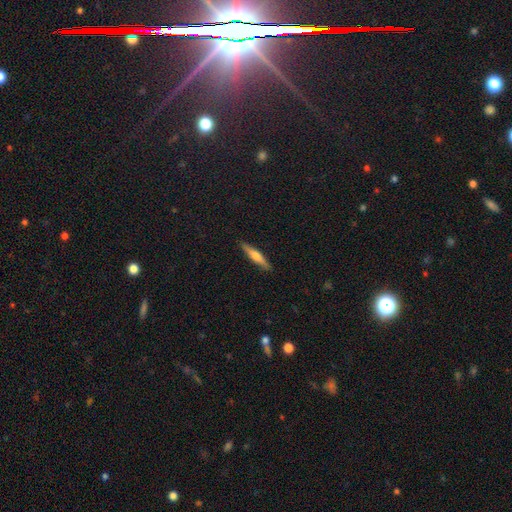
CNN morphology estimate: This is possibly a smooth galaxy (50%). How rounded: clearly cigar-shaped (89%). Merging: clearly none (90%).